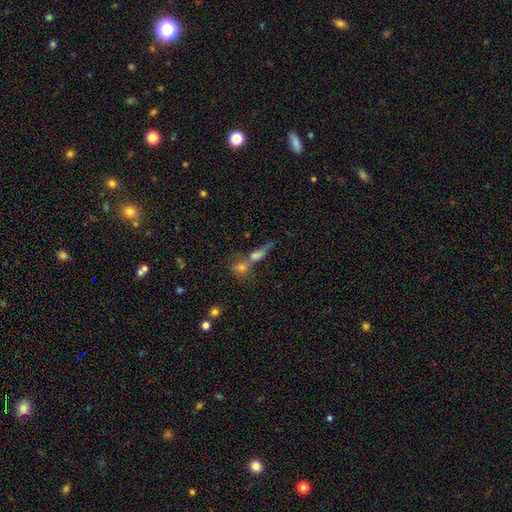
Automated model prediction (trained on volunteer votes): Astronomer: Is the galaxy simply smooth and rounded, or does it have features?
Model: smooth — 48% (runner-up: featured or disk, 33%).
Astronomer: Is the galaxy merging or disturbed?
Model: merger — 42%, tied with none at 42%.